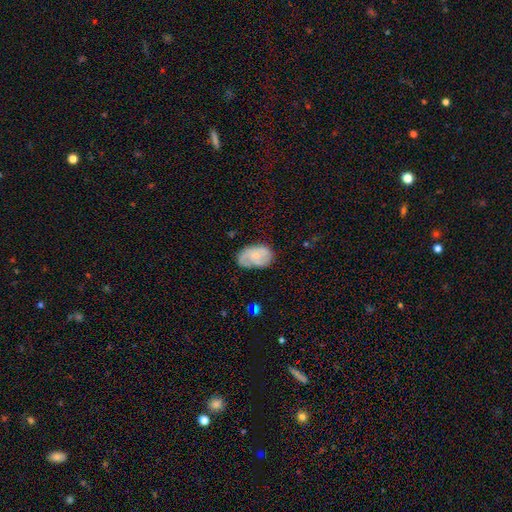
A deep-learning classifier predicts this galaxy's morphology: This is possibly a featured or disk galaxy (47%). Merging: possibly none (58%).